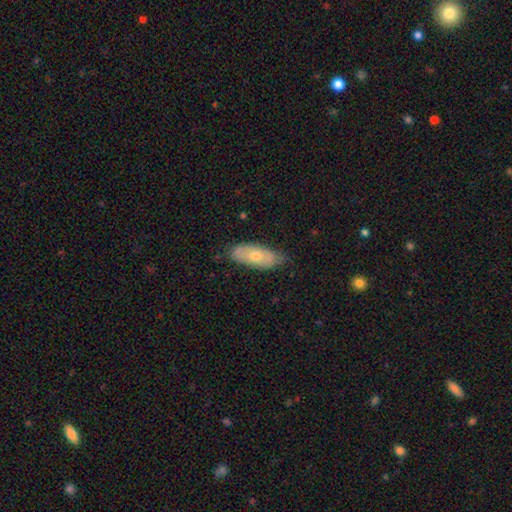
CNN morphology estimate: Smooth or featured? smooth (56%)
How rounded? in between (82%)
Merging? none (77%)